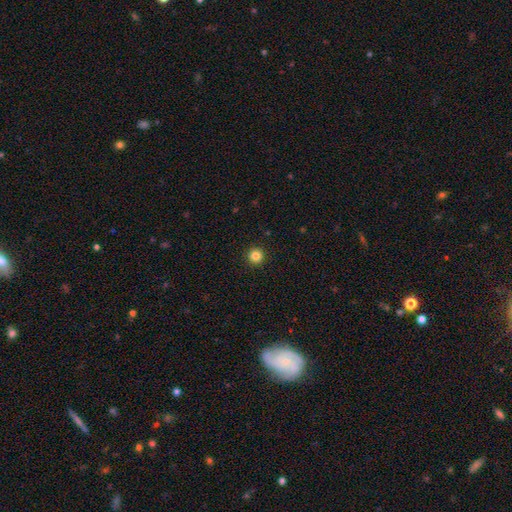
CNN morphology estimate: This appears to be a smooth galaxy with no disk features (83%) that is round (96%). Merging: none (93%).